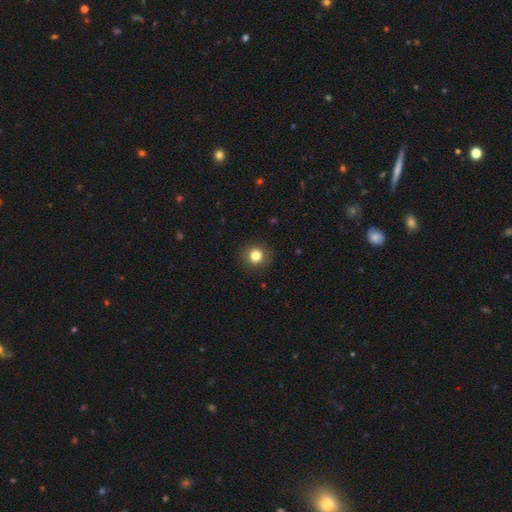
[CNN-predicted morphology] smooth_or_featured: smooth (p=0.82) [alt: star or artifact p=0.11]
how_rounded: round (p=0.90) [alt: in between p=0.10]
merging: none (p=0.90) [alt: minor disturbance p=0.06]